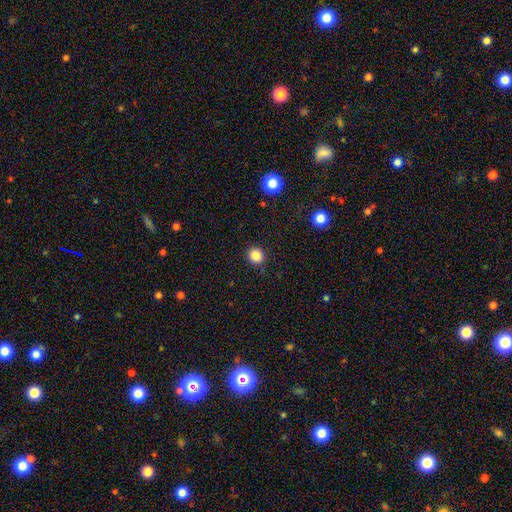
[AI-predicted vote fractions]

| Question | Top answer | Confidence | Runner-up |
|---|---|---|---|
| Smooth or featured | smooth | 84% | star or artifact (12%) |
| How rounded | round | 85% | in between (14%) |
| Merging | none | 90% | minor disturbance (7%) |